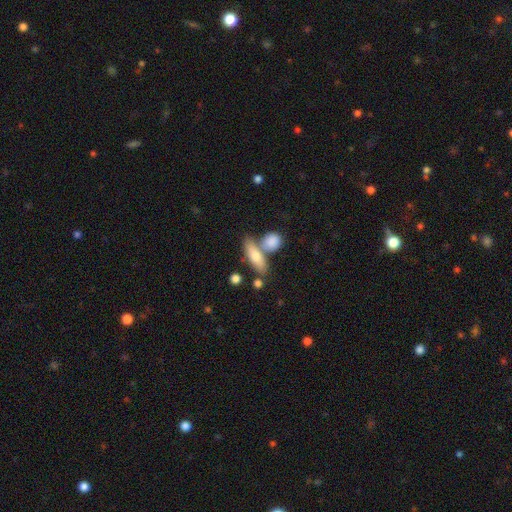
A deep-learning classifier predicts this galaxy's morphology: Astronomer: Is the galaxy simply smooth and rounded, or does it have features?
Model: smooth — 68%.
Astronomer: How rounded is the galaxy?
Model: in between — 53% (runner-up: cigar-shaped, 42%).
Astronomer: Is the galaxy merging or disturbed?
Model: none — 56%.